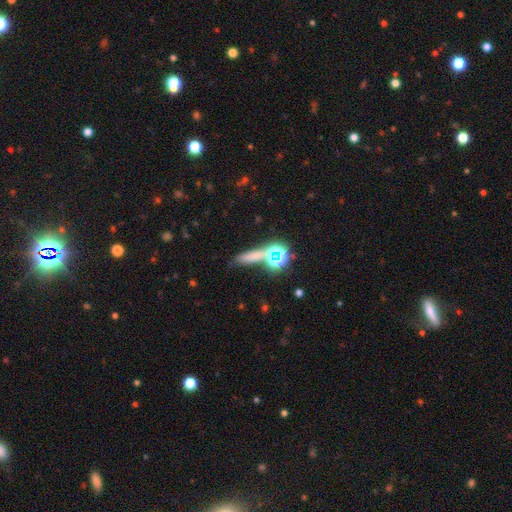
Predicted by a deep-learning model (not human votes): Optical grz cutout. It shows a smooth galaxy with no disk features (60%) that is cigar-shaped (67%). Merging: none (66%).